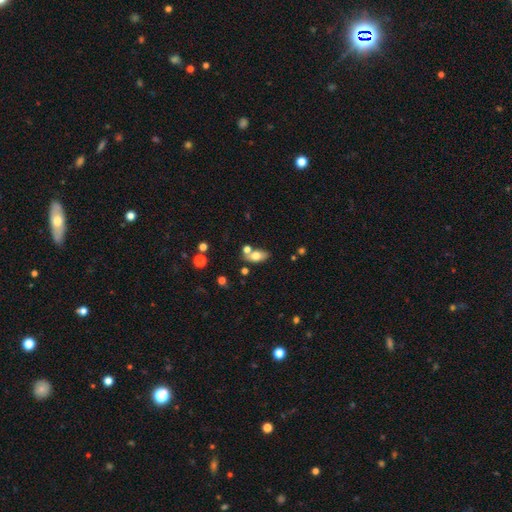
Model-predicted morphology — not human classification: This appears to be a smooth galaxy with no disk features (70%) that is in between round and cigar-shaped (87%). Merging: none (58%).